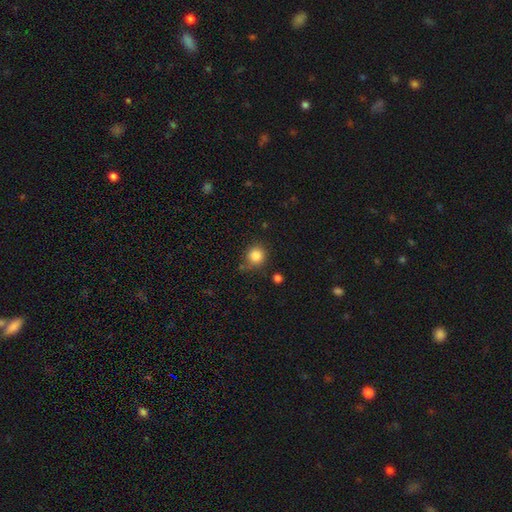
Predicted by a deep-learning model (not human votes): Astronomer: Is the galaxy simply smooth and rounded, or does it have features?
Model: smooth — 83%.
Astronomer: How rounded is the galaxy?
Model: round — 89%.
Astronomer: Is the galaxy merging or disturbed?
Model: none — 78%.